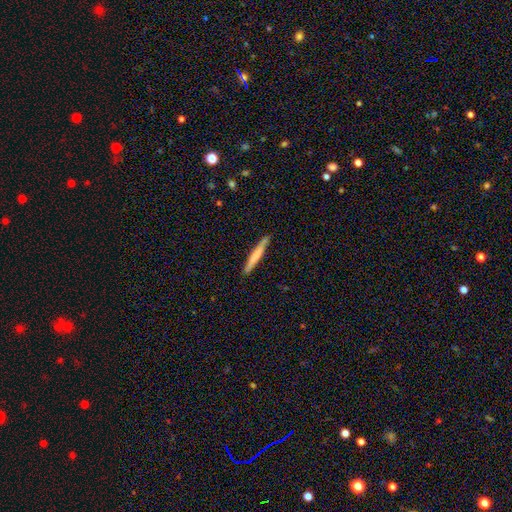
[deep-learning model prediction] Smooth or featured? smooth (62%)
How rounded? cigar-shaped (96%)
Merging? none (87%)